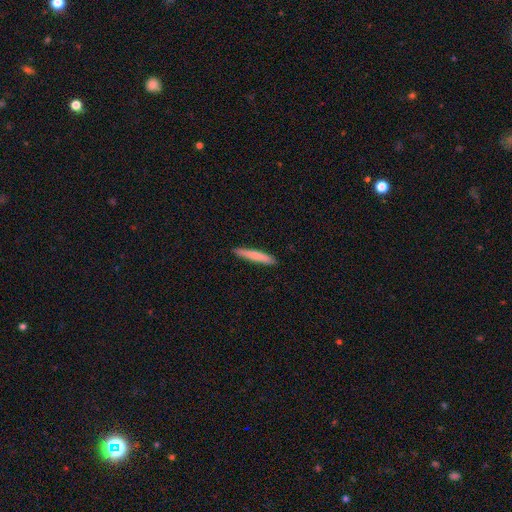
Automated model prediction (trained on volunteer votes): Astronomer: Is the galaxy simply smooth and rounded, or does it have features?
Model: smooth — 74%.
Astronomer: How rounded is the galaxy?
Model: cigar-shaped — 94%.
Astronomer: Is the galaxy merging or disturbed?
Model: none — 90%.